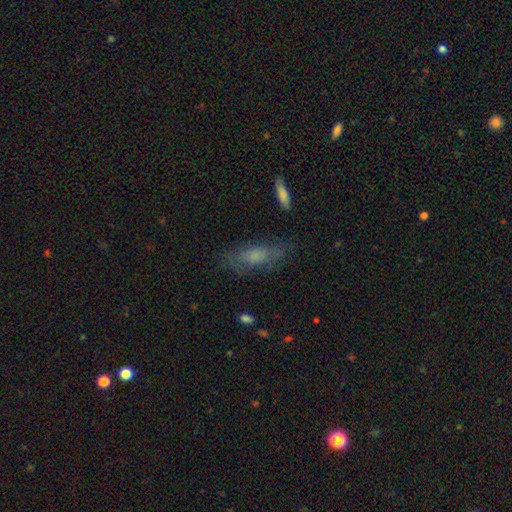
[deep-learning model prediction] This is likely a smooth galaxy (62%). How rounded: possibly in between (56%). Merging: likely none (67%).